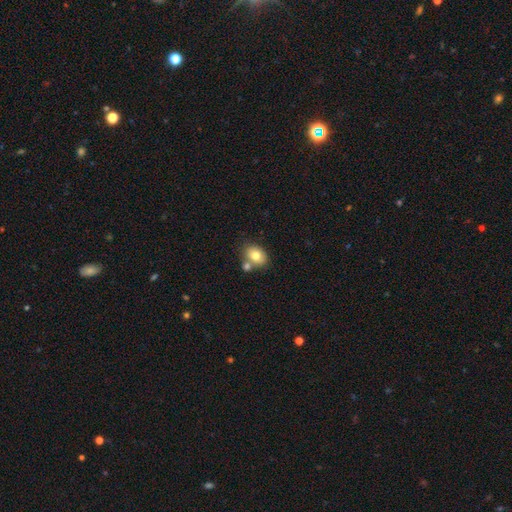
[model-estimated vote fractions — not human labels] Smooth or featured? smooth (77%)
How rounded? in between (69%)
Merging? none (56%)